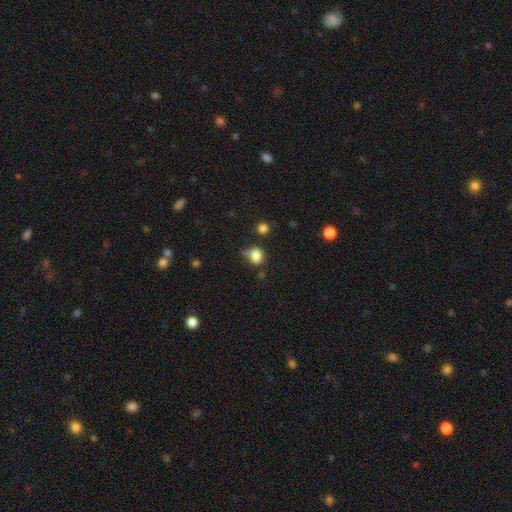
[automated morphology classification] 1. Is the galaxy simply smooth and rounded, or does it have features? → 79% smooth, 12% star or artifact, 9% featured or disk.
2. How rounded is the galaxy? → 51% round, 47% in between, 2% cigar-shaped.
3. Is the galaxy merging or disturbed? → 39% none, 34% minor disturbance, 16% major disturbance, 10% merger.